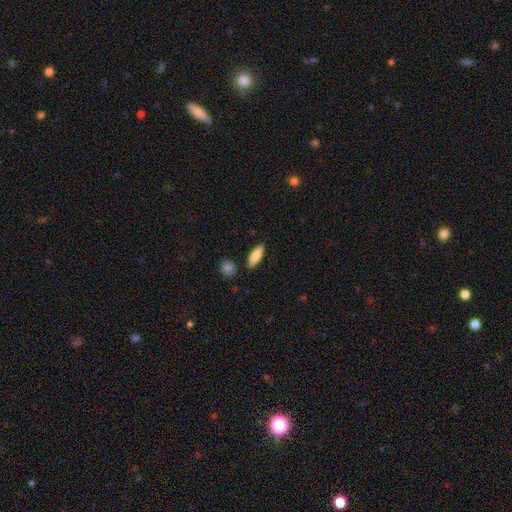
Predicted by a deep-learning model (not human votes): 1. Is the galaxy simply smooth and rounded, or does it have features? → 79% smooth, 15% featured or disk, 6% star or artifact.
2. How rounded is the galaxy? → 50% in between, 48% cigar-shaped, 2% round.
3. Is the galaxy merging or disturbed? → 86% none, 9% minor disturbance, 2% merger, 2% major disturbance.